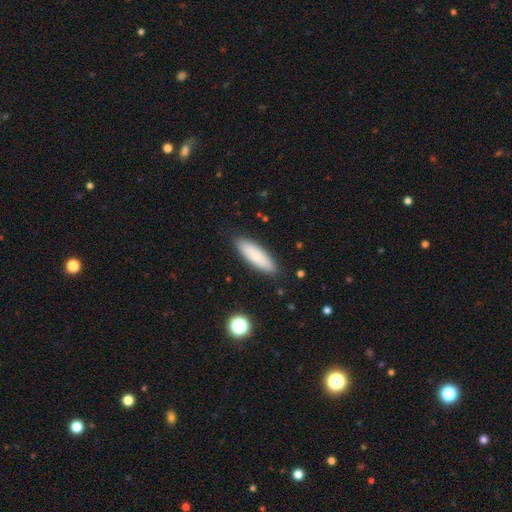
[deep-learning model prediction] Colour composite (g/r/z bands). It shows a smooth galaxy with no disk features (83%) that is cigar-shaped (53%). Merging: none (88%).